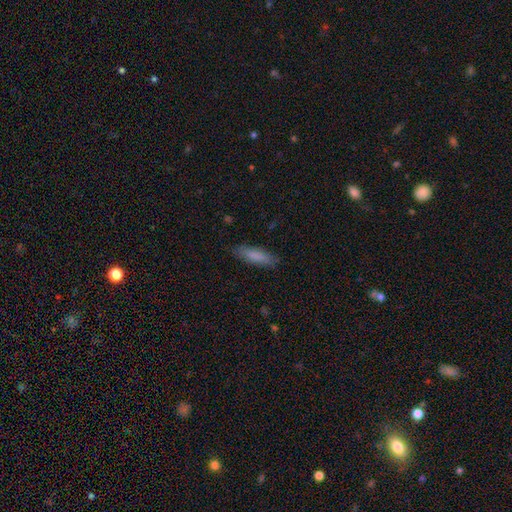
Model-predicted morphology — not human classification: Smooth or featured: smooth — 83% (featured or disk — 11%)
How rounded: cigar-shaped — 62% (in between — 36%)
Merging: none — 85% (minor disturbance — 11%)